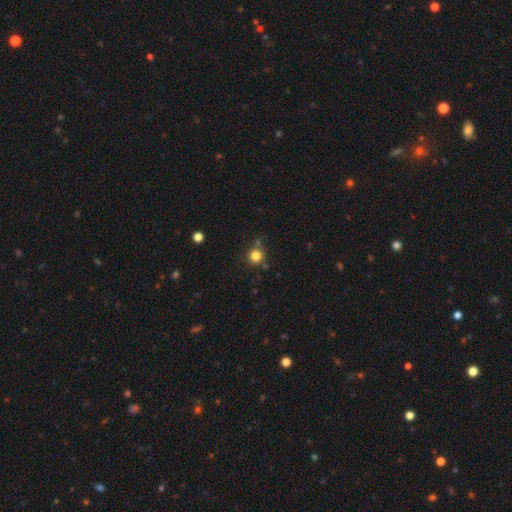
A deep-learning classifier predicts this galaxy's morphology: type=smooth (81%); roundness=round (93%); merging=none (77%).